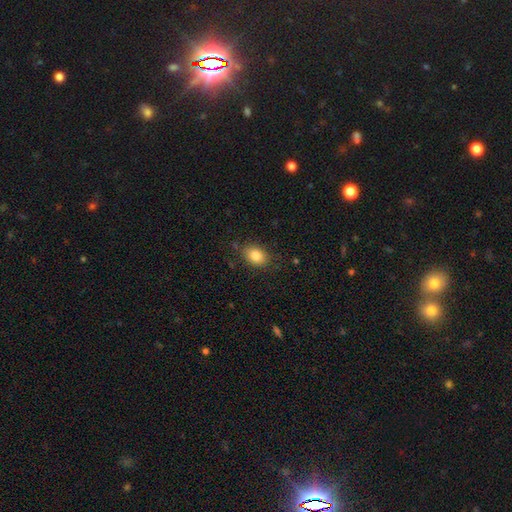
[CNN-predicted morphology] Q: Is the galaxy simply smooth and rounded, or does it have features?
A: smooth — 83%.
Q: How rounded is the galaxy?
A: in between — 73%.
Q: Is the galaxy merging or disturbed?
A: none — 83%.